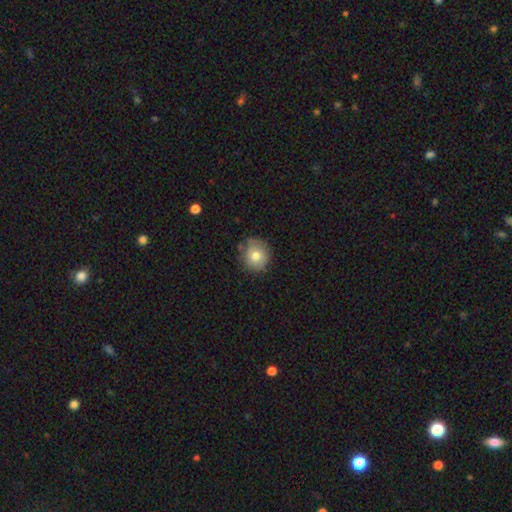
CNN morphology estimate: Overall: smooth (75%). How rounded: round (87%). Merging: none (74%).